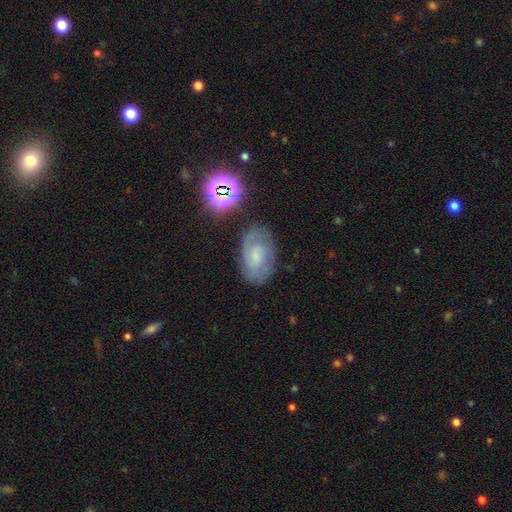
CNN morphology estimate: Smooth or featured? featured or disk (56%)
Edge-on disk? no (96%)
Bar? no (53%)
Spiral arms? yes (85%)
Bulge size? small (48%)
Merging? none (74%)